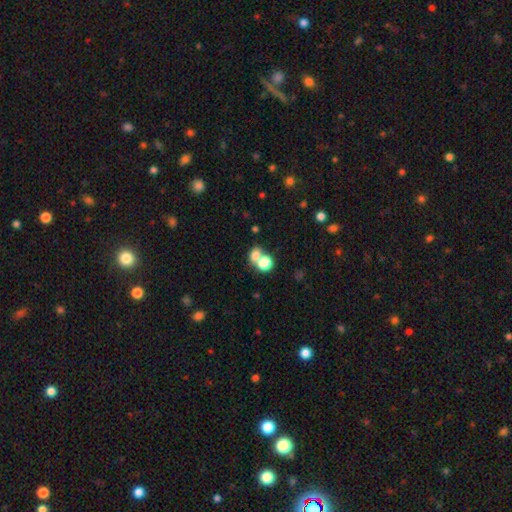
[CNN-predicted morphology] smooth_or_featured: smooth (p=0.74) [alt: star or artifact p=0.15]
how_rounded: round (p=0.56) [alt: in between p=0.42]
merging: merger (p=0.50) [alt: none p=0.38]